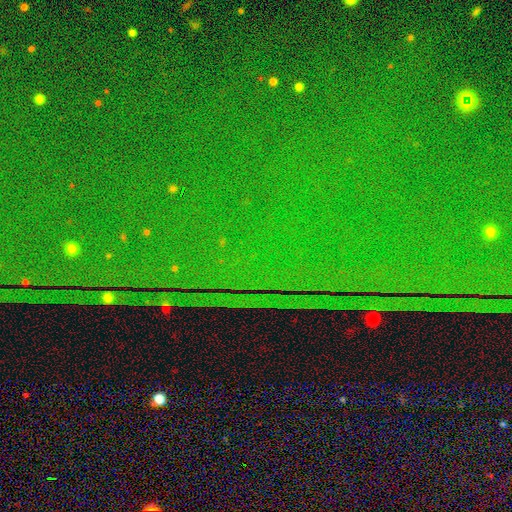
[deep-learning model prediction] This is clearly a star or artifact rather than a galaxy (88%).